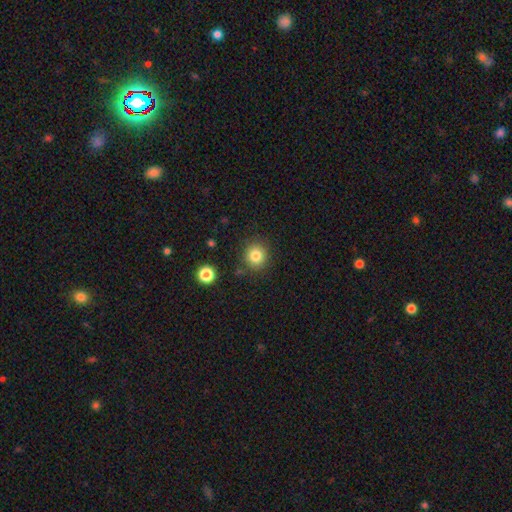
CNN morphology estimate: type=smooth (81%); roundness=round (89%); merging=none (85%).